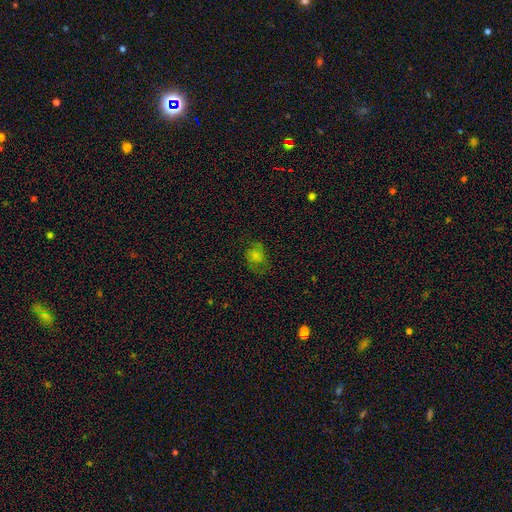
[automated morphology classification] Smooth or featured? Predicted: smooth (p=0.53). How rounded? Predicted: round (p=0.57). Merging? Predicted: none (p=0.61).